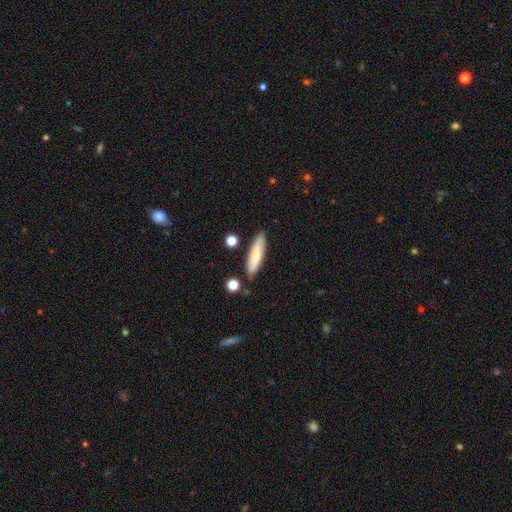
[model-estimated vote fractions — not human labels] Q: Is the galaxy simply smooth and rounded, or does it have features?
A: smooth — 73%.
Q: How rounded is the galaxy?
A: cigar-shaped — 71%.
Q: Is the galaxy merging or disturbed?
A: none — 83%.